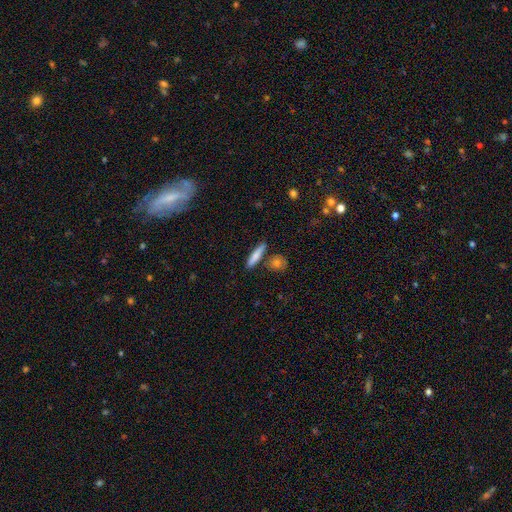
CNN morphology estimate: Smooth or featured?
  - smooth: 74% *
  - featured or disk: 20%
  - star or artifact: 6%
How rounded?
  - cigar-shaped: 84% *
  - in between: 13%
  - round: 3%
Merging?
  - none: 81% *
  - minor disturbance: 9%
  - merger: 7%
  - major disturbance: 2%